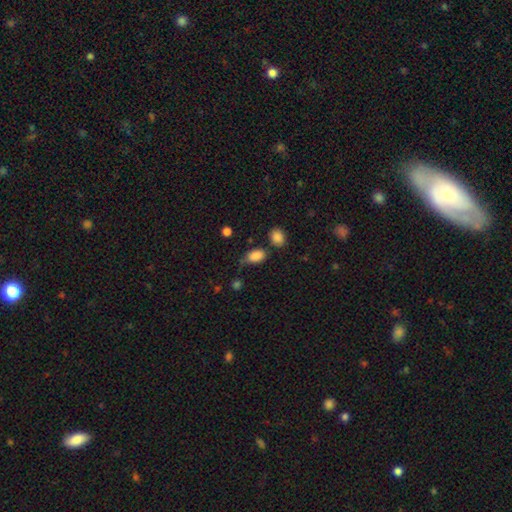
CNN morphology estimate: Smooth or featured? Predicted: smooth (p=0.86). How rounded? Predicted: in between (p=0.86). Merging? Predicted: none (p=0.58).